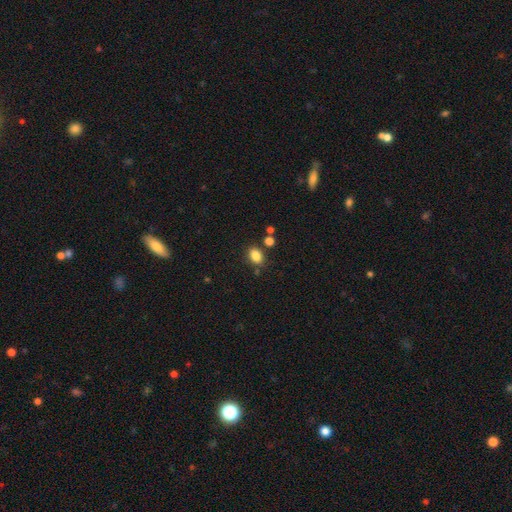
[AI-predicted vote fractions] Smooth or featured?
  - smooth: 84% *
  - star or artifact: 11%
  - featured or disk: 5%
How rounded?
  - in between: 72% *
  - round: 27%
  - cigar-shaped: 1%
Merging?
  - none: 78% *
  - minor disturbance: 12%
  - merger: 7%
  - major disturbance: 3%